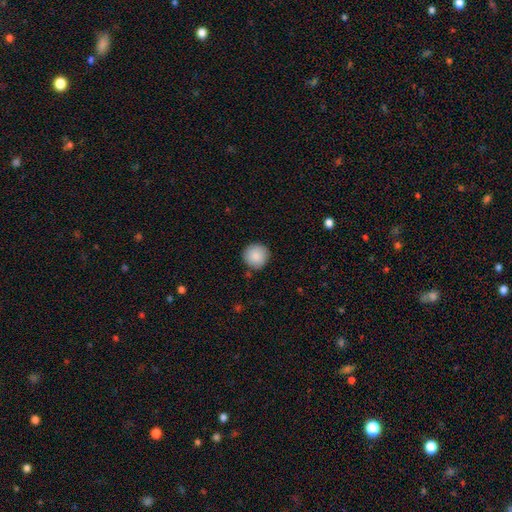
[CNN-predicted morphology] This appears to be a smooth galaxy with no disk features (89%) that is round (95%). Merging: none (89%).